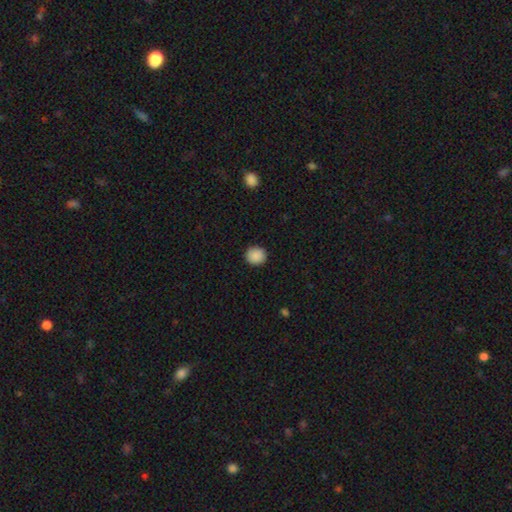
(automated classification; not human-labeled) A smooth galaxy with no disk features (89%) that is round (87%). Merging: none (91%).